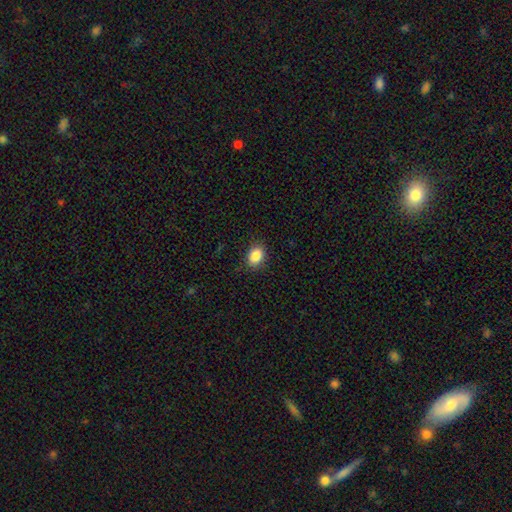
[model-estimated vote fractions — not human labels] Morphology: type=smooth (88%); roundness=in between (75%); merging=none (86%).